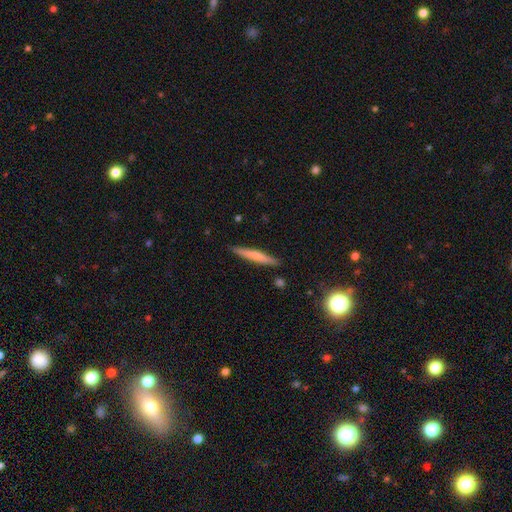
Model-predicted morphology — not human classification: A smooth galaxy with no disk features (59%) that is cigar-shaped (95%).

Vote fractions:
- Smooth or featured? smooth: 59% / featured or disk: 35% / star or artifact: 6%
- How rounded? cigar-shaped: 95% / in between: 4% / round: 1%
- Merging? none: 89% / minor disturbance: 8% / merger: 2% / major disturbance: 2%